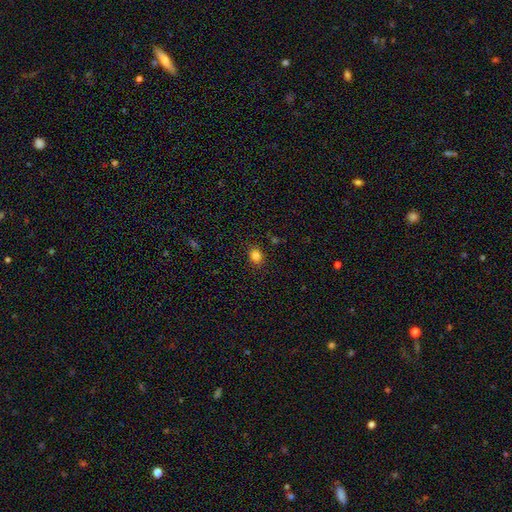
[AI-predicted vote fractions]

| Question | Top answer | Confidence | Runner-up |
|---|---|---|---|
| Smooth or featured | smooth | 82% | star or artifact (12%) |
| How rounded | in between | 49% | tied: round (49%) |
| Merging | none | 86% | minor disturbance (10%) |